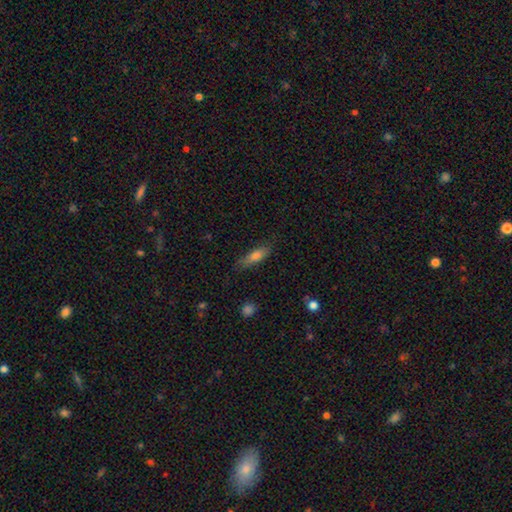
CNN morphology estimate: Smooth or featured?
  - smooth: 74% *
  - featured or disk: 18%
  - star or artifact: 8%
How rounded?
  - cigar-shaped: 51% *
  - in between: 47%
  - round: 2%
Merging?
  - none: 74% *
  - minor disturbance: 19%
  - major disturbance: 5%
  - merger: 2%